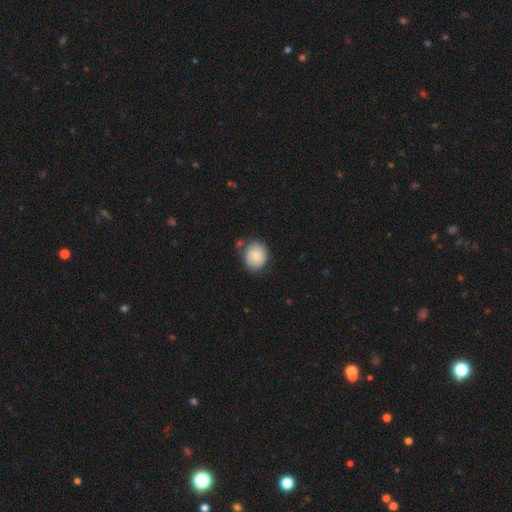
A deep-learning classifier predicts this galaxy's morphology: smooth-or-featured: smooth: 79% | featured or disk: 14% | star or artifact: 7%
  how-rounded: round: 77% | in between: 22% | cigar-shaped: 1%
  merging: none: 72% | minor disturbance: 18% | merger: 5% | major disturbance: 4%